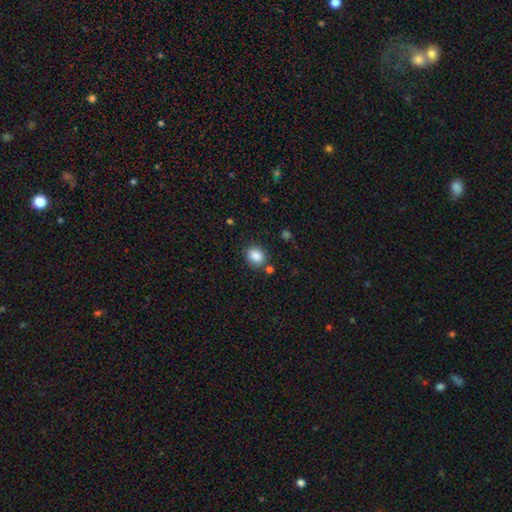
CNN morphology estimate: Overall: smooth (86%). How rounded: round (62%; in between 37%). Merging: none (79%).